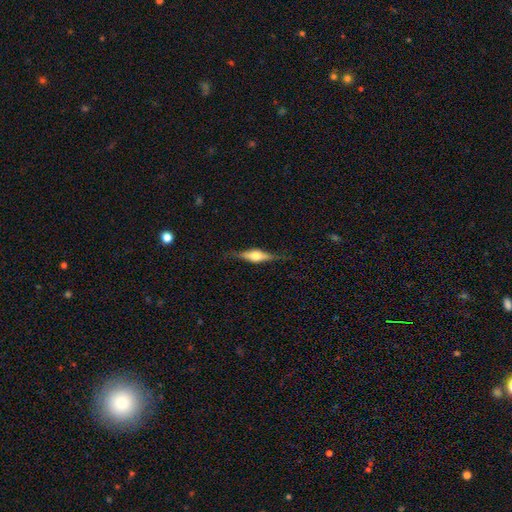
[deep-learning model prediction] A featured or disk galaxy (70%) viewed edge-on (97%) with a rounded central bulge (89%). Merging: none (84%).